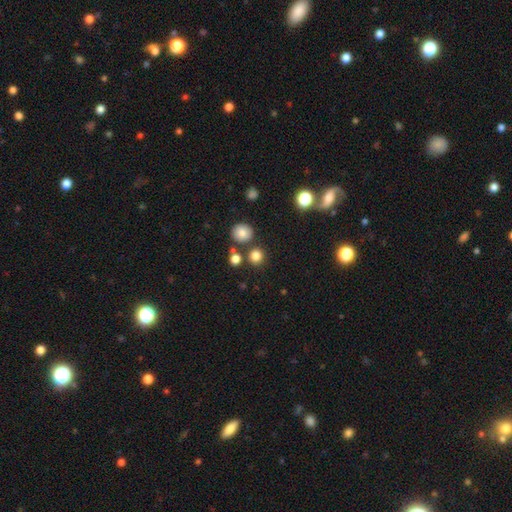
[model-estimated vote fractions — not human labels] A smooth galaxy with no disk features (80%) that is round (90%). Merging: none (78%).